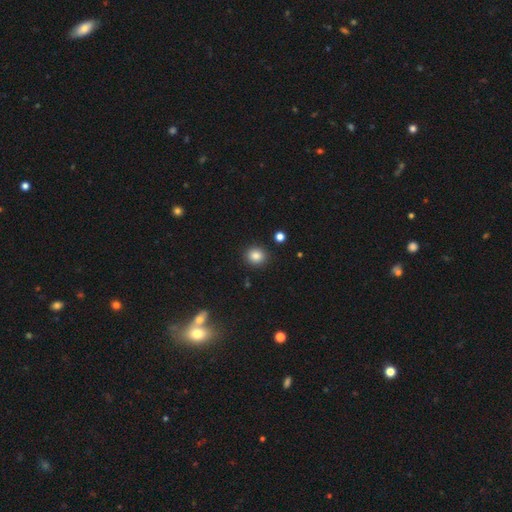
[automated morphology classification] type=smooth (84%); roundness=round (82%); merging=none (90%).